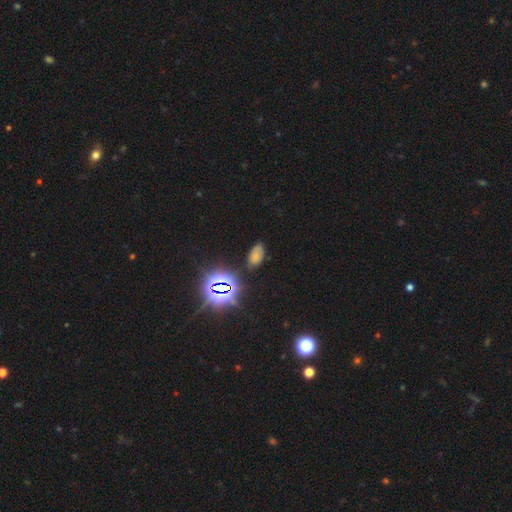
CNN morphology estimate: Smooth or featured: smooth — 54% (star or artifact — 34%)
How rounded: in between — 92% (round — 6%)
Merging: none — 74% (minor disturbance — 18%)